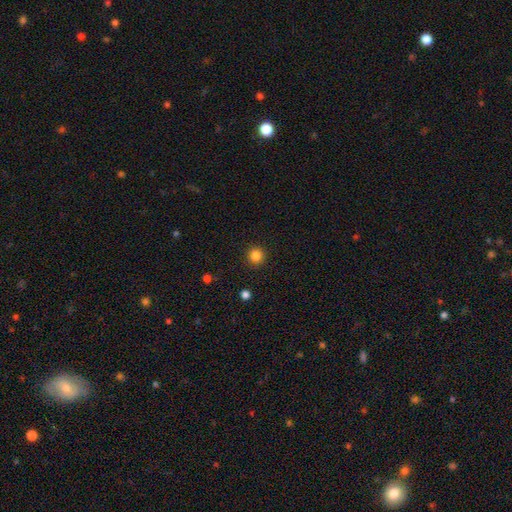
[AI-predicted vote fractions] Q: Smooth or featured?
A: smooth (84%); runner-up: star or artifact (12%)
Q: How rounded?
A: round (95%); runner-up: in between (4%)
Q: Merging?
A: none (92%); runner-up: minor disturbance (5%)